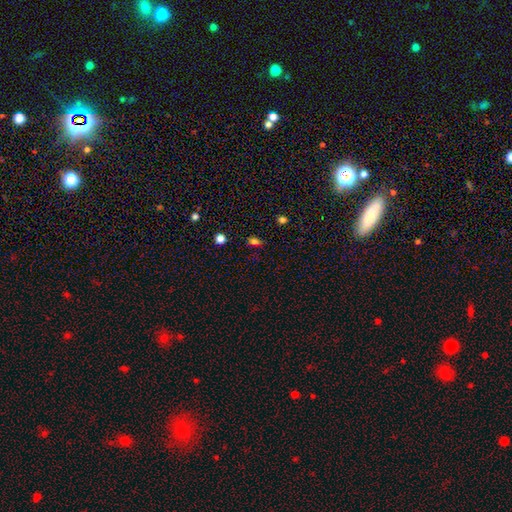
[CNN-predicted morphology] smooth 65%, star or artifact 28%, featured or disk 7%. Down the decision tree: how rounded — in between (65%); merging — none (79%).